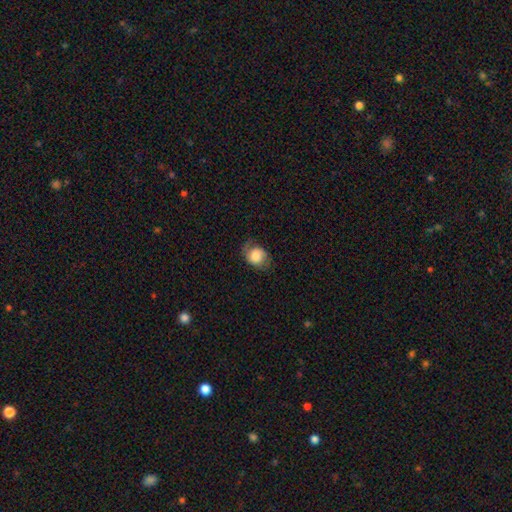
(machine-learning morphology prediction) smooth 68%, featured or disk 24%, star or artifact 8%. Down the decision tree: how rounded — round (59%); merging — none (59%).